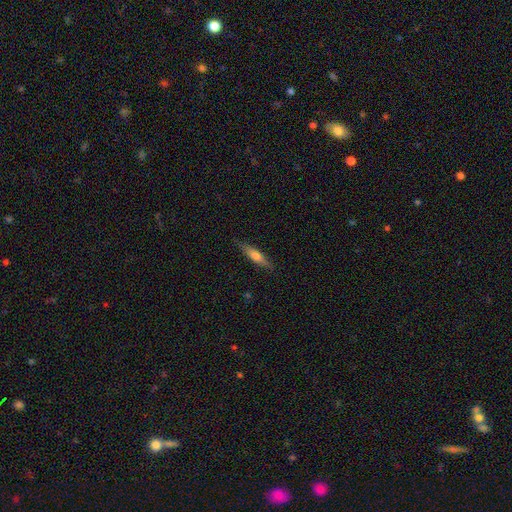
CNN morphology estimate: smooth 55%, featured or disk 38%, star or artifact 6%. Down the decision tree: how rounded — cigar-shaped (77%); merging — none (83%).